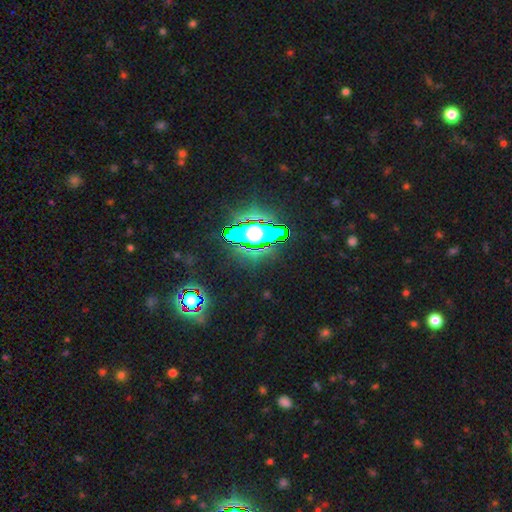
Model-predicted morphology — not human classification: This is clearly a star or artifact rather than a galaxy (83%).